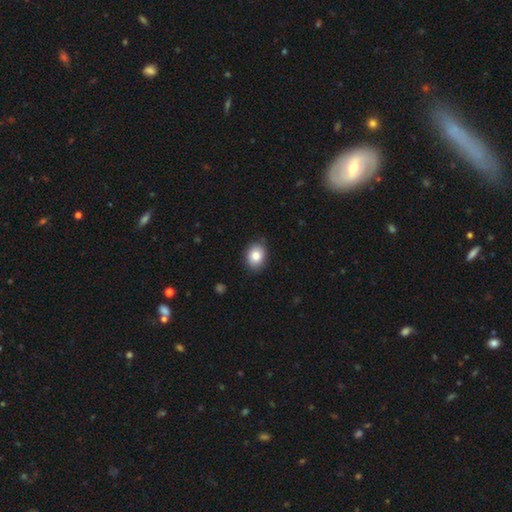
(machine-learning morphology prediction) Smooth or featured? Predicted: smooth (p=0.83). How rounded? Predicted: in between (p=0.58). Merging? Predicted: none (p=0.84).